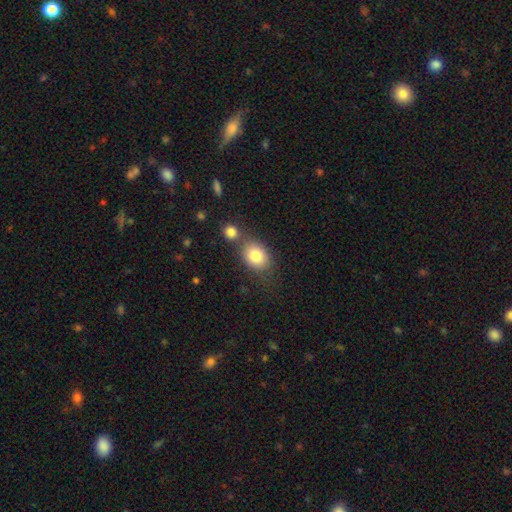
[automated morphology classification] Smooth or featured?
  - smooth: 81% *
  - featured or disk: 10%
  - star or artifact: 9%
How rounded?
  - in between: 57% *
  - round: 42%
  - cigar-shaped: 1%
Merging?
  - none: 53% *
  - merger: 29%
  - minor disturbance: 13%
  - major disturbance: 5%